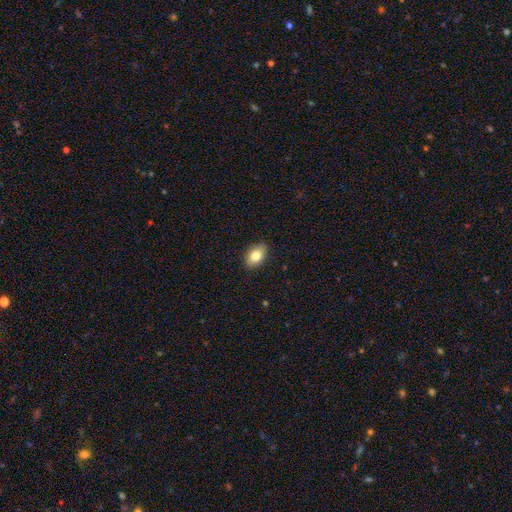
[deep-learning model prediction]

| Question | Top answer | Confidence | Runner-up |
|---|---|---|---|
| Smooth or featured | smooth | 81% | featured or disk (11%) |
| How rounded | in between | 86% | round (12%) |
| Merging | none | 88% | minor disturbance (9%) |